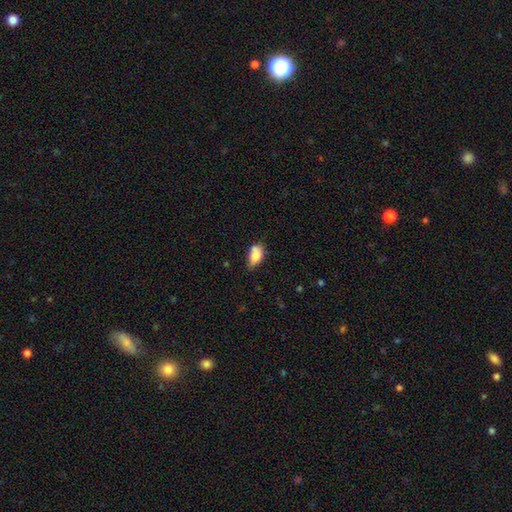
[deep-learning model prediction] smooth 77%, featured or disk 15%, star or artifact 8%. Down the decision tree: how rounded — in between (88%); merging — none (45%).